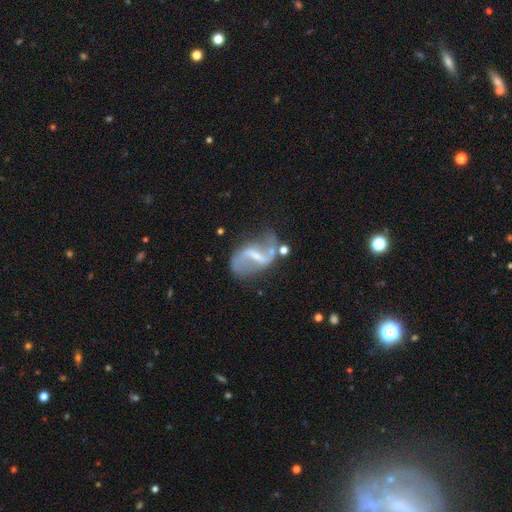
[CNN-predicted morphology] Smooth or featured? Predicted: featured or disk (p=0.84). Edge-on disk? Predicted: no (p=0.97). Bar? Predicted: strong (p=0.52). Spiral arms? Predicted: yes (p=0.88). Spiral winding? Predicted: loose (p=0.75). Spiral arm count? Predicted: 2 (p=0.89). Bulge size? Predicted: small (p=0.51). Merging? Predicted: none (p=0.59).